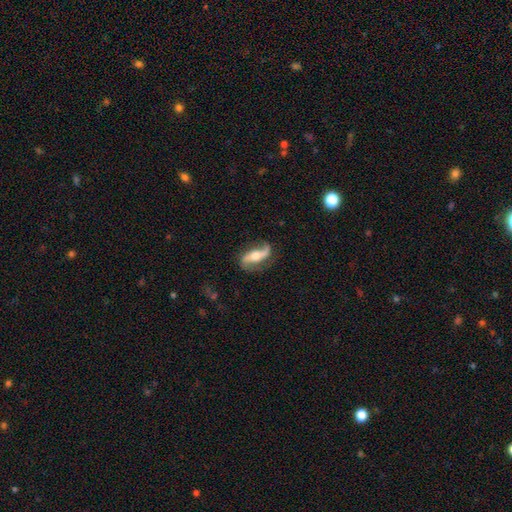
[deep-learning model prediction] The model was most divided on "bar" (2-way tie): no: 37%, strong: 37%, weak: 26%. More confident: spiral arms — yes (91%); spiral arm count — 2 (88%); edge-on disk — no (86%); smooth or featured — featured or disk (77%); merging — none (69%); spiral winding — loose (63%); bulge size — moderate (60%).